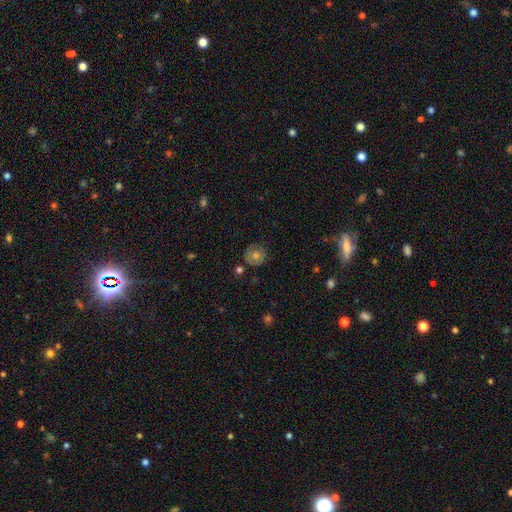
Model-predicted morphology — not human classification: A smooth galaxy with no disk features (61%) that is round (90%).

Vote fractions:
- Smooth or featured? smooth: 61% / featured or disk: 22% / star or artifact: 16%
- How rounded? round: 90% / in between: 9% / cigar-shaped: 1%
- Merging? none: 81% / minor disturbance: 13% / major disturbance: 3% / merger: 3%